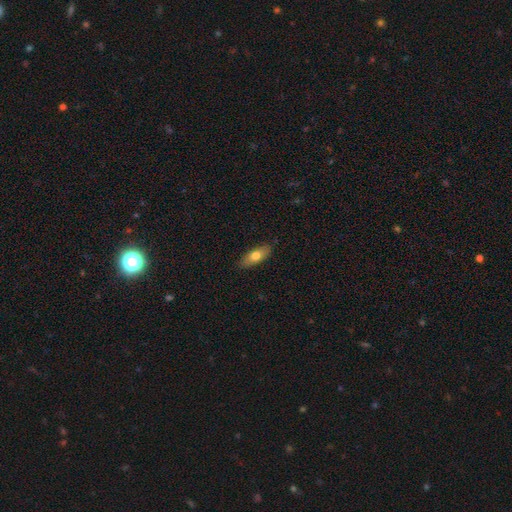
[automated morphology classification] Smooth or featured? smooth (70%)
How rounded? in between (71%)
Merging? none (87%)